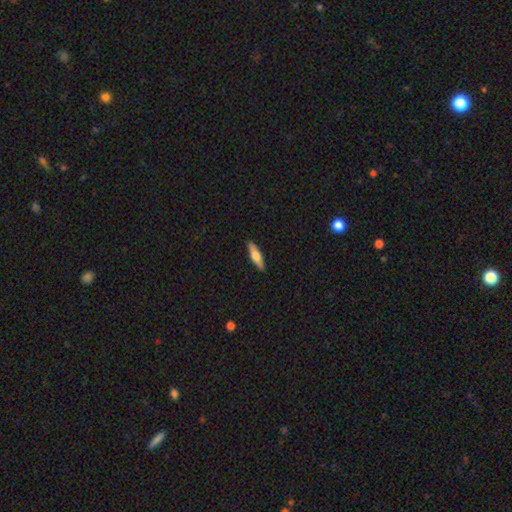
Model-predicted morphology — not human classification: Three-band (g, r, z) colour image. It shows a smooth galaxy with no disk features (48%). Merging: none (91%).